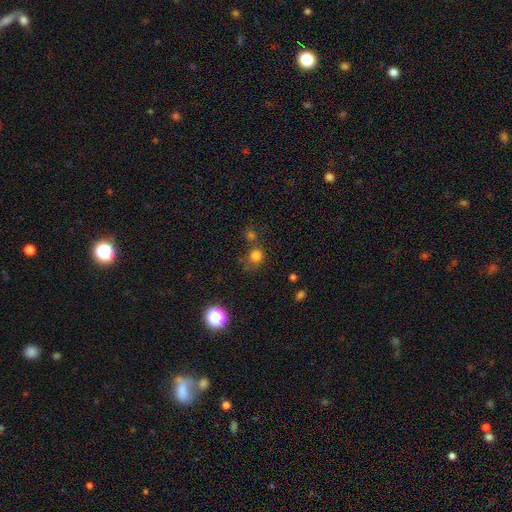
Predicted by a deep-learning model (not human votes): This appears to be a smooth galaxy with no disk features (75%) that is round (87%). Merging: none (60%).